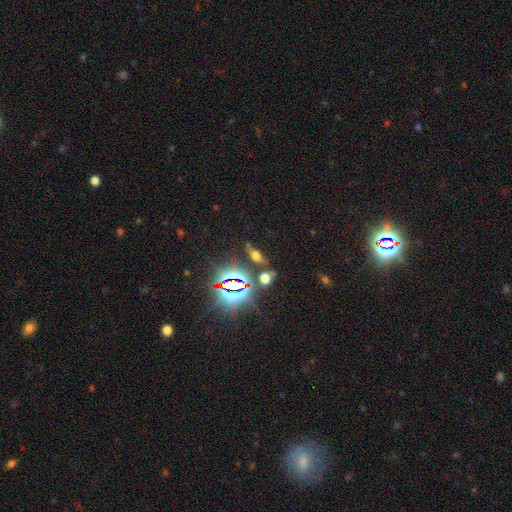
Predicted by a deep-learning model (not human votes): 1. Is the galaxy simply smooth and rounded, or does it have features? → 42% smooth, 38% star or artifact, 20% featured or disk.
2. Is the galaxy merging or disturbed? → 76% none, 12% minor disturbance, 7% merger, 5% major disturbance.